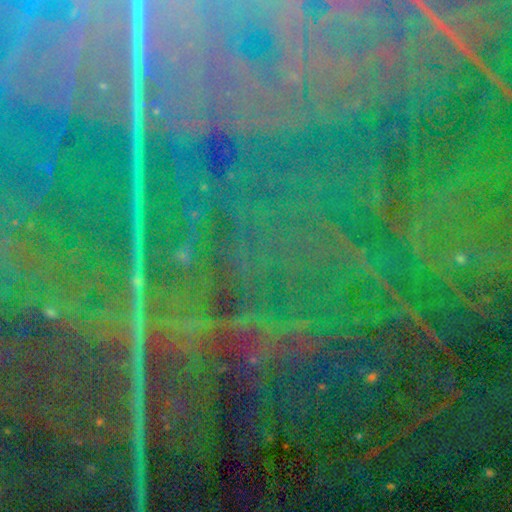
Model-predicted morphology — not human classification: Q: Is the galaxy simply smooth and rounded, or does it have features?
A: star or artifact — 89%.